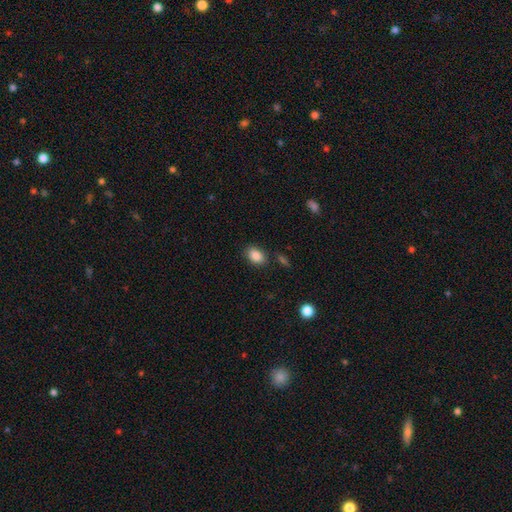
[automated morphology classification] The model was most divided on "how rounded": in between: 81%, round: 18%, cigar-shaped: 1%. More confident: smooth or featured — smooth (87%); merging — none (84%).